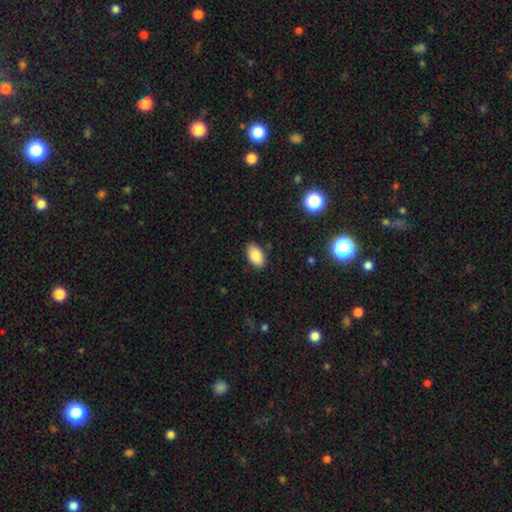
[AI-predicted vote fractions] smooth-or-featured: smooth: 86% | star or artifact: 8% | featured or disk: 6%
  how-rounded: in between: 93% | round: 5% | cigar-shaped: 1%
  merging: none: 86% | minor disturbance: 11% | major disturbance: 2% | merger: 1%